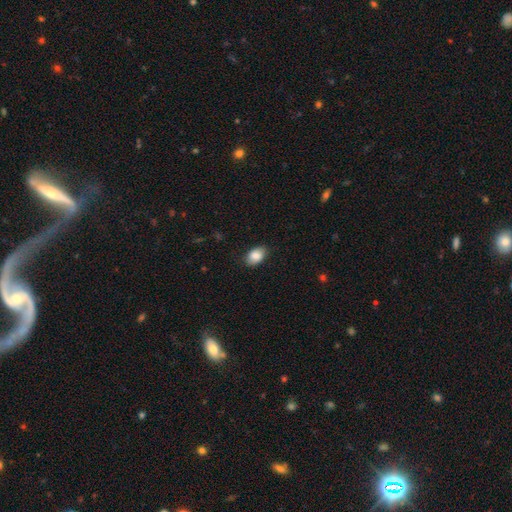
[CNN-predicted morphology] smooth_or_featured: smooth (p=0.87) [alt: star or artifact p=0.07]
how_rounded: in between (p=0.87) [alt: round p=0.11]
merging: none (p=0.84) [alt: minor disturbance p=0.13]